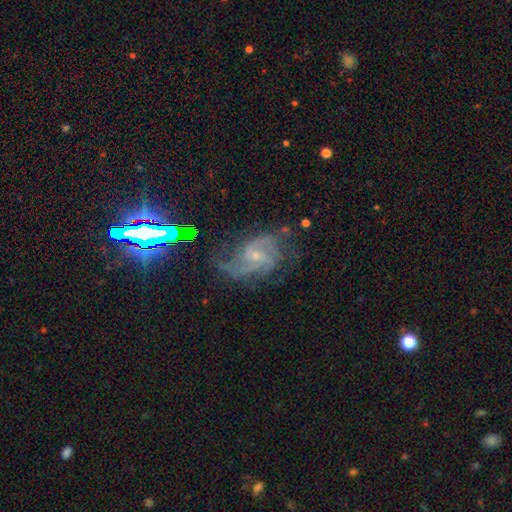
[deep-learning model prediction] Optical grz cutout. It shows a featured or disk galaxy (80%) with no bar (46%), 2 (55%) medium (49%) spiral arms (95%) and a small central bulge (68%). Merging: none (56%).